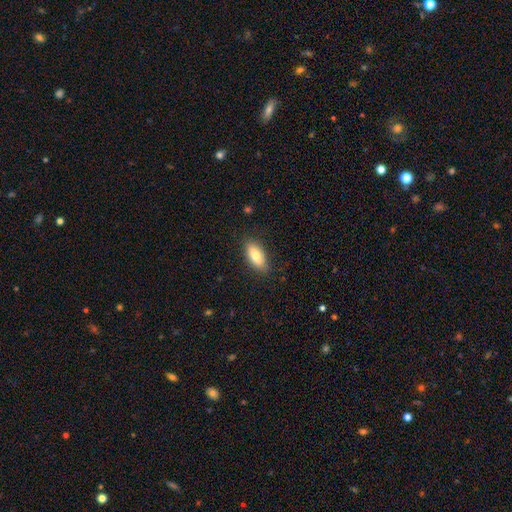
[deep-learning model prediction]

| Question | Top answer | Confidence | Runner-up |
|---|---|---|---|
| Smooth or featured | smooth | 78% | featured or disk (15%) |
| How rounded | in between | 79% | cigar-shaped (19%) |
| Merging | none | 86% | minor disturbance (11%) |